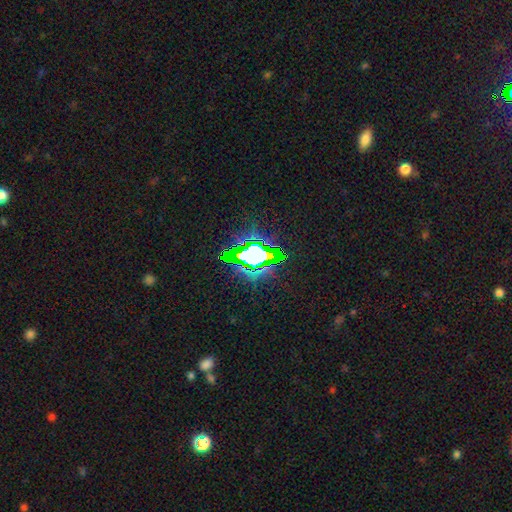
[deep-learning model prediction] smooth-or-featured: star or artifact: 65% | smooth: 20% | featured or disk: 15%